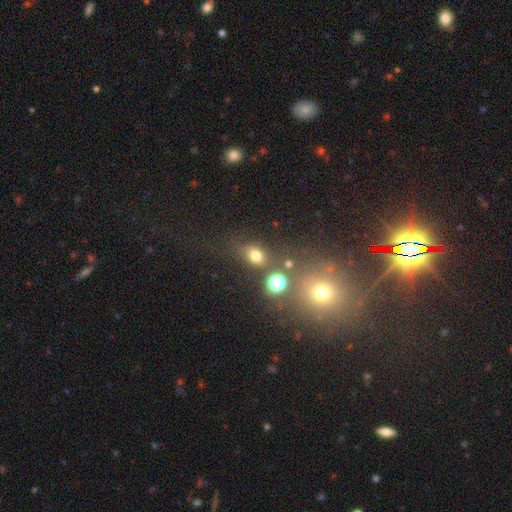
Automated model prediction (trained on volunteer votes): The model was most divided on "how rounded": in between: 60%, round: 38%, cigar-shaped: 2%. More confident: smooth or featured — smooth (71%); merging — none (70%).